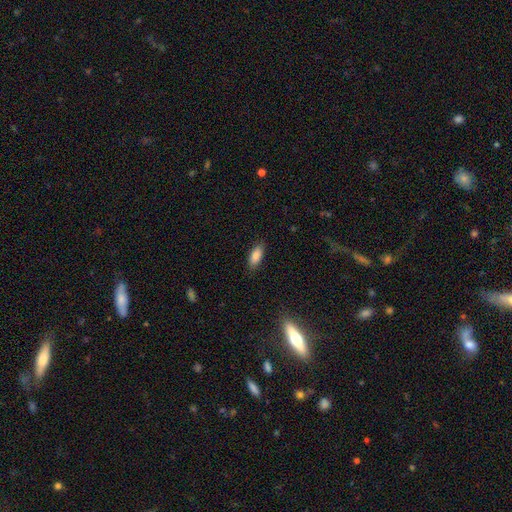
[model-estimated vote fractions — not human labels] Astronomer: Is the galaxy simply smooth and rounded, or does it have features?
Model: smooth — 84%.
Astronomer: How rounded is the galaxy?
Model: in between — 81%.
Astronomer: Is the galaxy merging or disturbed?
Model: none — 86%.